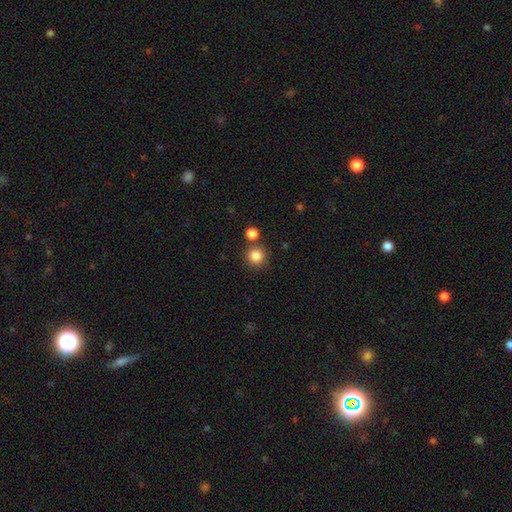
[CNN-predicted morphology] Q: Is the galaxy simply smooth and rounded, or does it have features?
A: smooth — 85%.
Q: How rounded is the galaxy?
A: round — 94%.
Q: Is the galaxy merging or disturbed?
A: none — 79%.